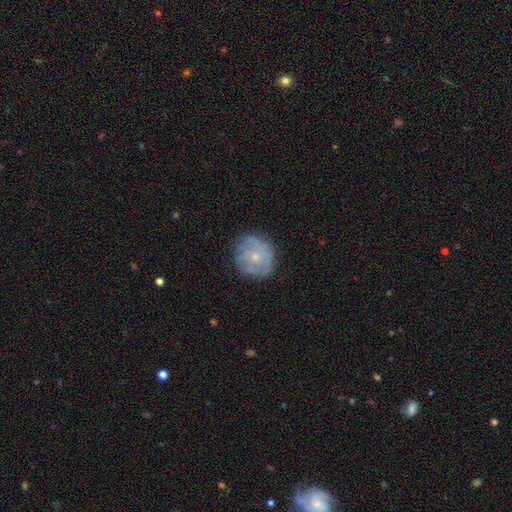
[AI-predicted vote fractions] Smooth or featured?
  - featured or disk: 57% *
  - smooth: 35%
  - star or artifact: 8%
Edge-on disk?
  - no: 97% *
  - yes: 3%
Bar?
  - no: 85% *
  - weak: 13%
  - strong: 2%
Spiral arms?
  - yes: 65% *
  - no: 35%
Bulge size?
  - small: 67% *
  - moderate: 29%
  - none: 2%
  - large: 1%
  - dominant: 1%
Merging?
  - none: 76% *
  - minor disturbance: 17%
  - major disturbance: 5%
  - merger: 1%